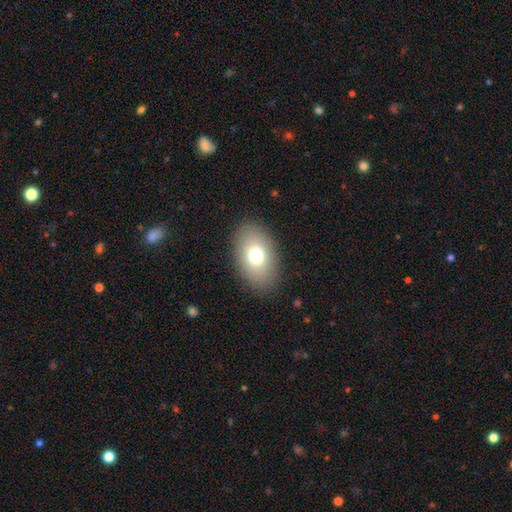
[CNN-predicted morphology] This appears to be a smooth galaxy with no disk features (74%) that is in between round and cigar-shaped (87%). Merging: none (87%).